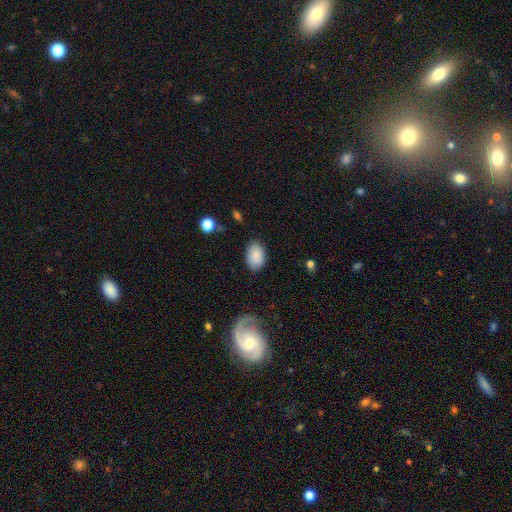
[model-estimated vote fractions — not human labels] smooth_or_featured: smooth (p=0.87) [alt: star or artifact p=0.07]
how_rounded: in between (p=0.88) [alt: round p=0.11]
merging: none (p=0.81) [alt: minor disturbance p=0.14]